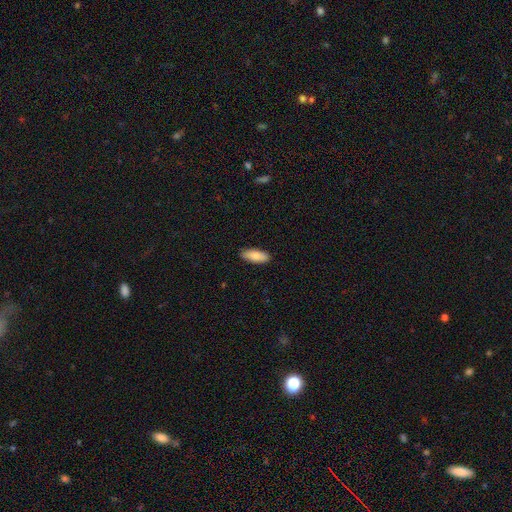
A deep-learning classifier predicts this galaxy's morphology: Smooth or featured? smooth (87%)
How rounded? in between (77%)
Merging? none (89%)